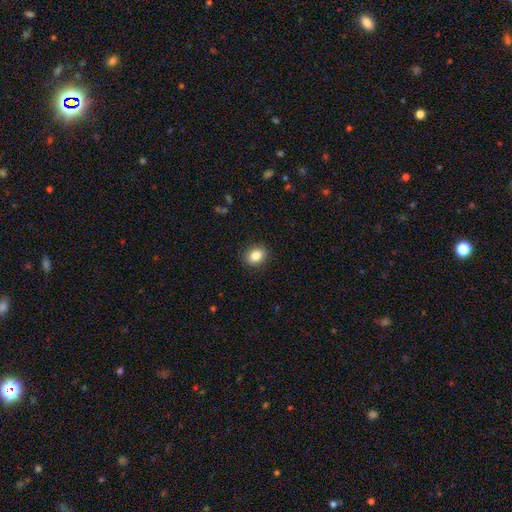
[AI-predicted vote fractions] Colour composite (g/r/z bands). It shows a smooth galaxy with no disk features (84%) that is in between round and cigar-shaped (53%). Merging: none (89%).